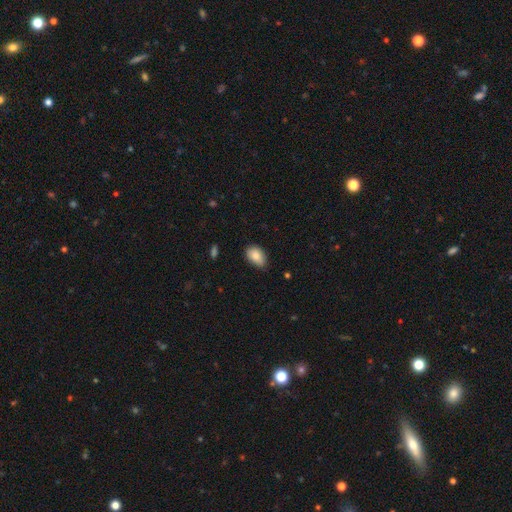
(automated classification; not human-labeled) The model was most divided on "merging": none: 72%, minor disturbance: 23%, major disturbance: 3%, merger: 1%. More confident: how rounded — in between (88%); smooth or featured — smooth (85%).